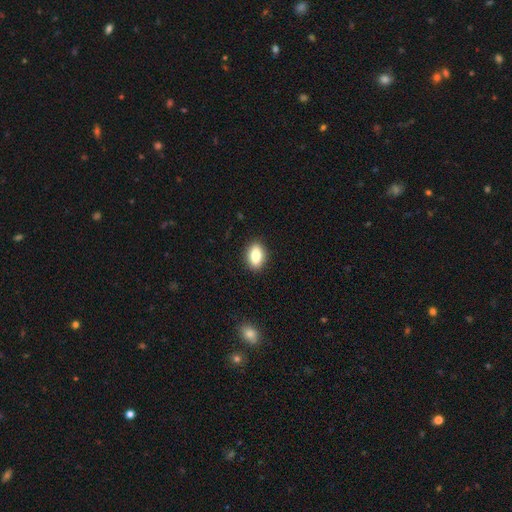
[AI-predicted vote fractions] Smooth or featured? Predicted: smooth (p=0.83). How rounded? Predicted: in between (p=0.84). Merging? Predicted: none (p=0.89).